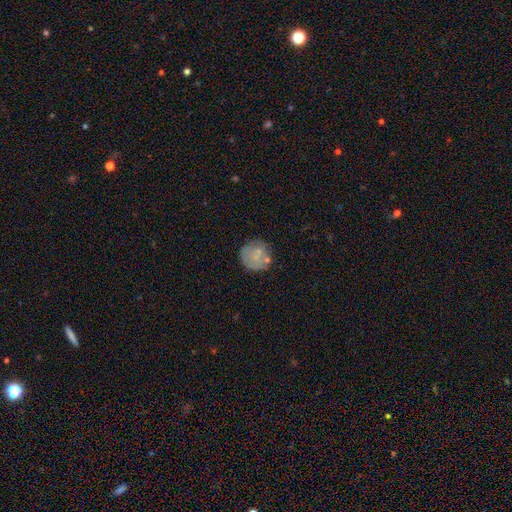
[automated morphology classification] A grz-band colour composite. It shows a smooth galaxy with no disk features (64%) that is round (89%). Merging: none (64%).